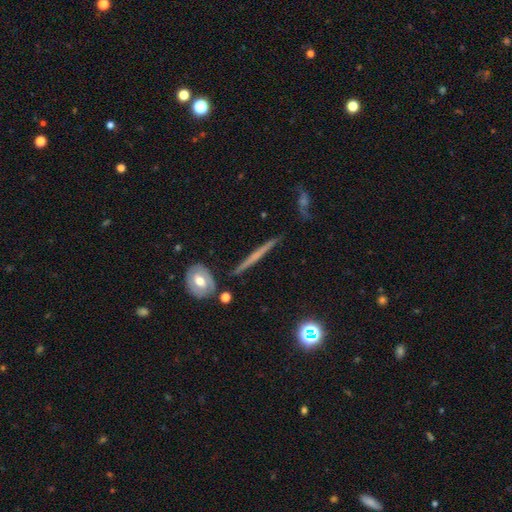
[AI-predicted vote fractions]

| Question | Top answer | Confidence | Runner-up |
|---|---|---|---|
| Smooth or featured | featured or disk | 59% | smooth (32%) |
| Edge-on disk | yes | 95% | no (5%) |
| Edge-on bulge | none | 74% | rounded (19%) |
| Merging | none | 87% | minor disturbance (9%) |